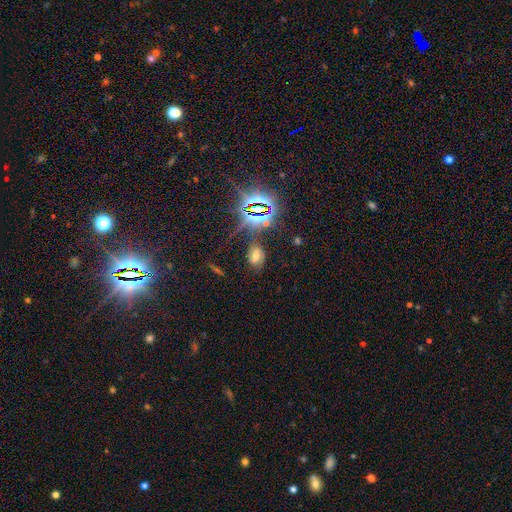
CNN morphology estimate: Smooth or featured? star or artifact (44%)